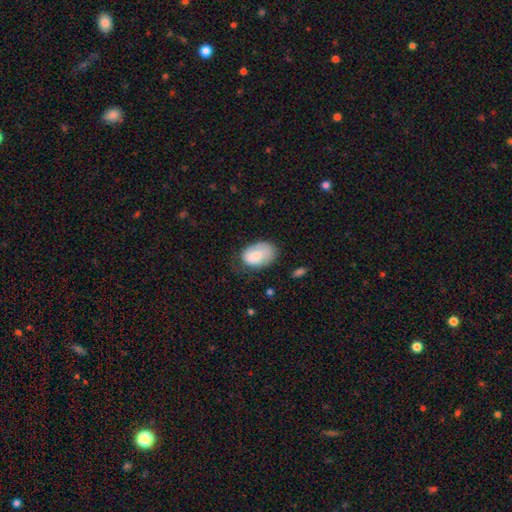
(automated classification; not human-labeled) This appears to be a smooth galaxy with no disk features (73%) that is in between round and cigar-shaped (87%). Merging: none (55%).